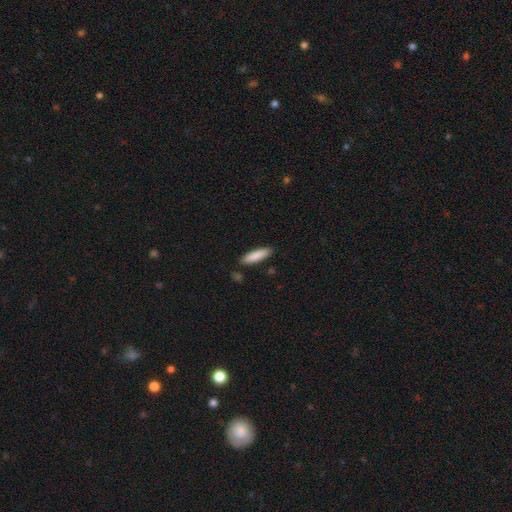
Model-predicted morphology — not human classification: smooth_or_featured: smooth (p=0.87) [alt: featured or disk p=0.08]
how_rounded: cigar-shaped (p=0.70) [alt: in between p=0.28]
merging: none (p=0.86) [alt: minor disturbance p=0.10]